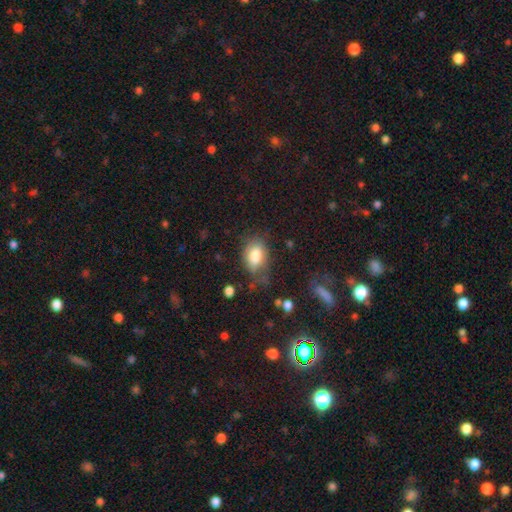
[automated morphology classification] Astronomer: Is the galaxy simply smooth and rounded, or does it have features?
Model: smooth — 80%.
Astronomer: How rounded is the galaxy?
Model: in between — 83%.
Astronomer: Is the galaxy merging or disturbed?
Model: none — 55%.